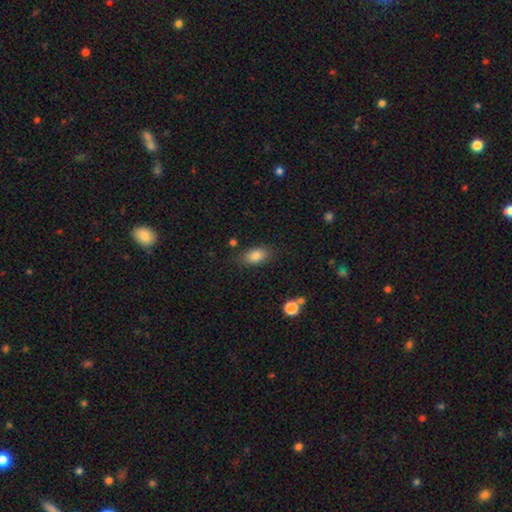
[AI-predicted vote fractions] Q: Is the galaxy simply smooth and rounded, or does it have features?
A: smooth — 84%.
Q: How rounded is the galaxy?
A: in between — 88%.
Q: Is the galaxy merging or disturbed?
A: none — 80%.